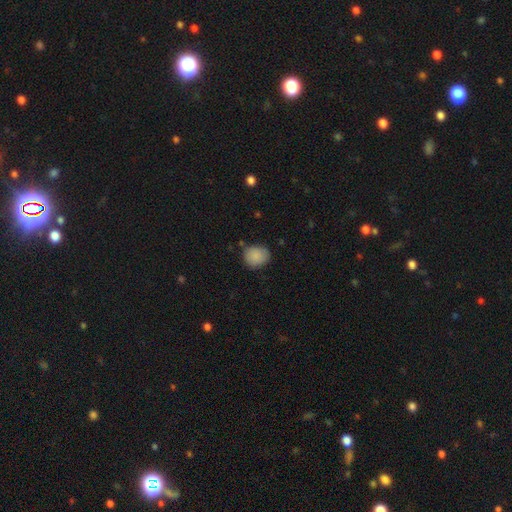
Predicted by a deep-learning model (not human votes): smooth-or-featured: smooth: 88% | star or artifact: 8% | featured or disk: 4%
  how-rounded: round: 74% | in between: 25% | cigar-shaped: 1%
  merging: none: 77% | minor disturbance: 17% | major disturbance: 3% | merger: 3%